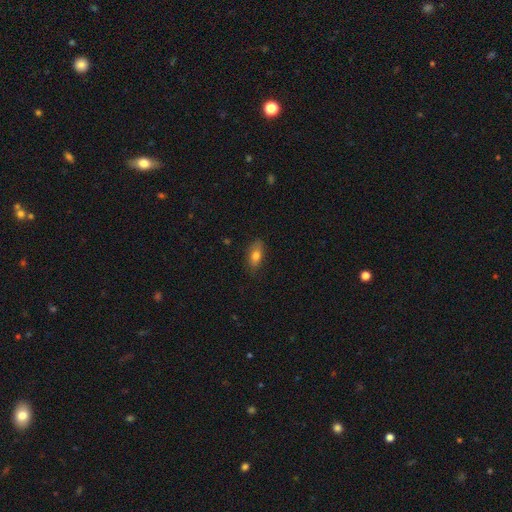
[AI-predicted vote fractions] This is likely a smooth galaxy (77%). How rounded: clearly in between (83%). Merging: clearly none (82%).